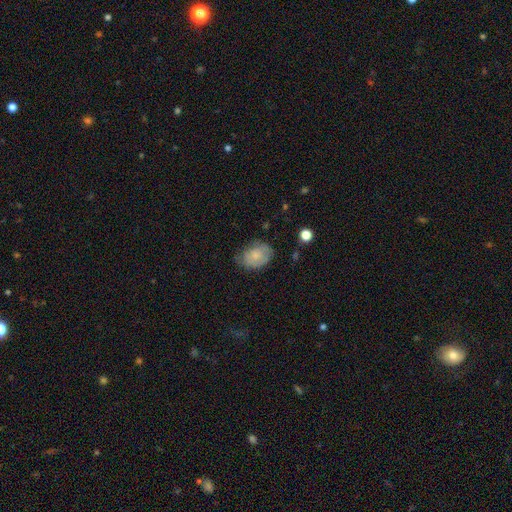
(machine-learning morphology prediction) Smooth or featured?
  - smooth: 67% *
  - featured or disk: 25%
  - star or artifact: 8%
How rounded?
  - in between: 75% *
  - round: 24%
  - cigar-shaped: 1%
Merging?
  - none: 57% *
  - minor disturbance: 31%
  - major disturbance: 10%
  - merger: 2%